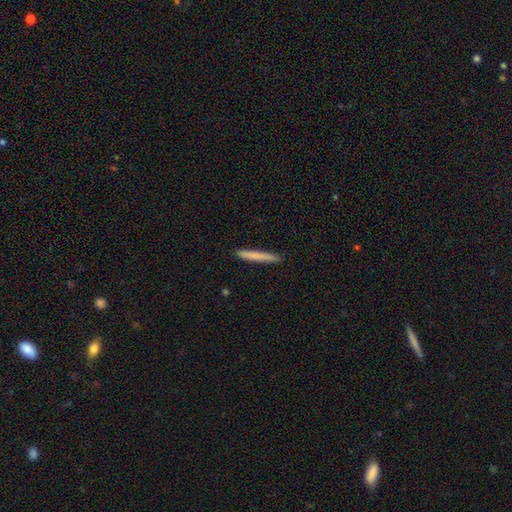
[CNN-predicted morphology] A smooth galaxy with no disk features (77%) that is cigar-shaped (97%).

Vote fractions:
- Smooth or featured? smooth: 77% / featured or disk: 17% / star or artifact: 6%
- How rounded? cigar-shaped: 97% / in between: 2% / round: 1%
- Merging? none: 90% / minor disturbance: 7% / major disturbance: 1% / merger: 1%